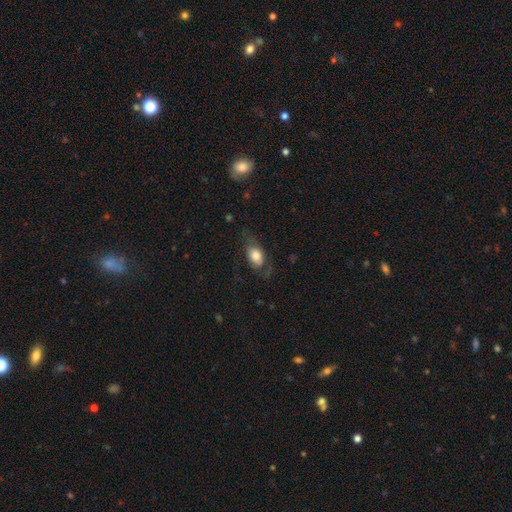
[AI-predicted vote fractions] Morphology: type=smooth (67%); roundness=in between (85%); merging=none (59%).